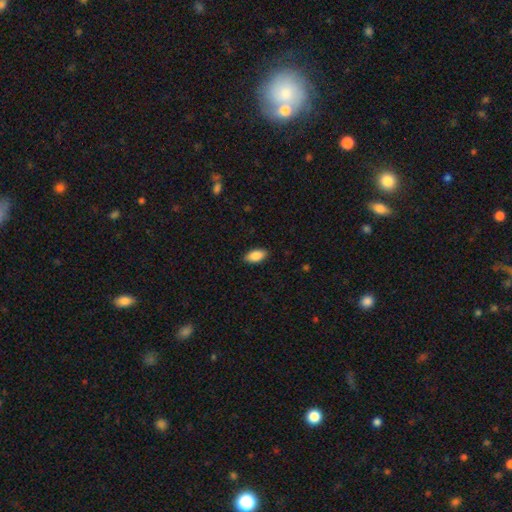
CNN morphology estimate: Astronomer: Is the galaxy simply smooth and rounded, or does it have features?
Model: smooth — 88%.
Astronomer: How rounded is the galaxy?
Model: in between — 93%.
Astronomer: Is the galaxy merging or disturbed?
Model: none — 88%.